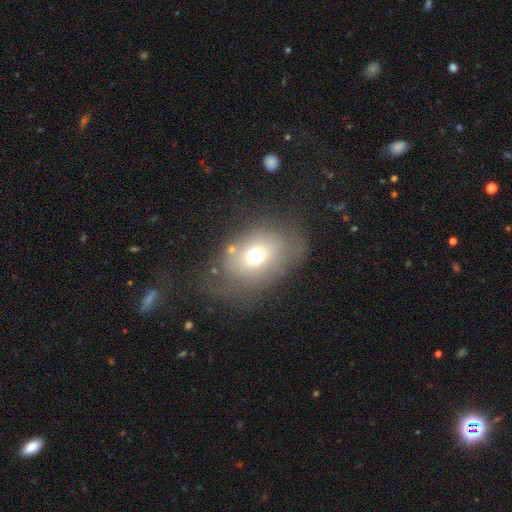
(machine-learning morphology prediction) Smooth or featured? Predicted: smooth (p=0.64). How rounded? Predicted: in between (p=0.67). Merging? Predicted: none (p=0.58).